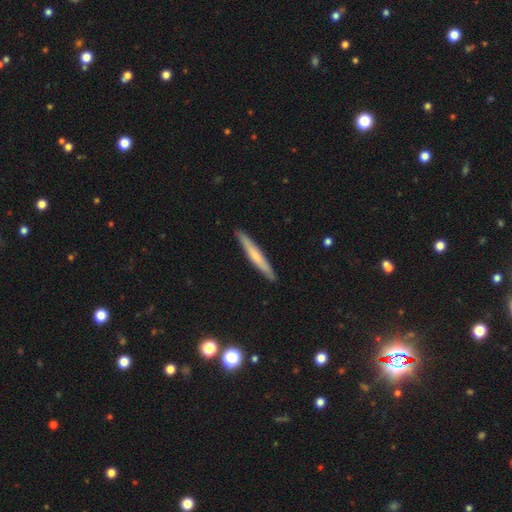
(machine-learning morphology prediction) This appears to be a smooth galaxy with no disk features (53%) that is cigar-shaped (95%). Merging: none (91%).